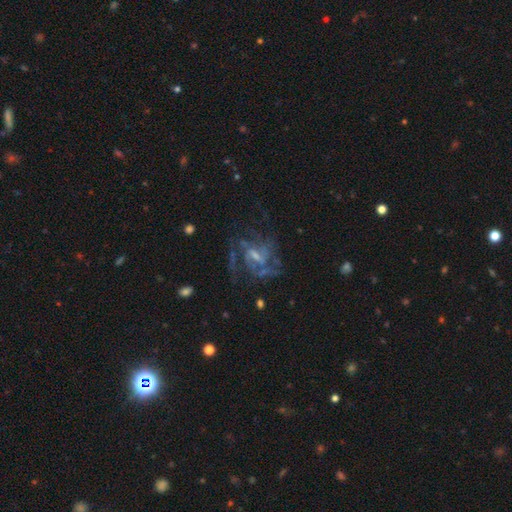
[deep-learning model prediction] A featured or disk galaxy (78%) with a weak bar (52%), medium (45%) spiral arms (82%) and a small central bulge (44%).

Vote fractions:
- Smooth or featured? featured or disk: 78% / star or artifact: 12% / smooth: 10%
- Edge-on disk? no: 97% / yes: 3%
- Bar? weak: 52% / no: 30% / strong: 18%
- Spiral arms? yes: 82% / no: 18%
- Spiral winding? medium: 45% / tight: 30% / loose: 25%
- Spiral arm count? can't tell: 38% / 3: 20% / 2: 20% / 4: 11% / 1: 6% / more than 4: 6%
- Bulge size? small: 44% / moderate: 34% / none: 16% / large: 4% / dominant: 1%
- Merging? none: 51% / major disturbance: 28% / minor disturbance: 17% / merger: 4%